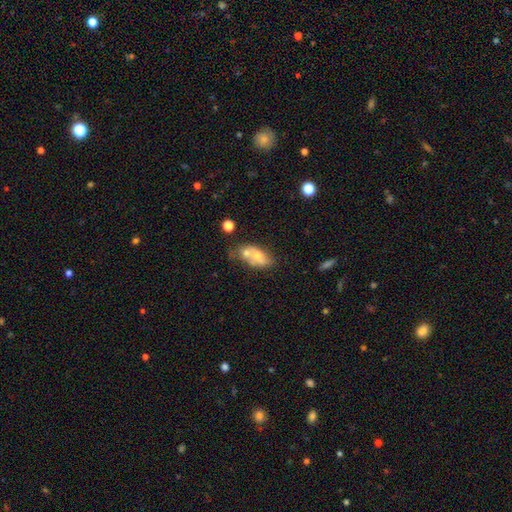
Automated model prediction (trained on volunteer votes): Overall: smooth (53%; featured or disk 38%). How rounded: in between (84%). Merging: merger (43%; none 29%).